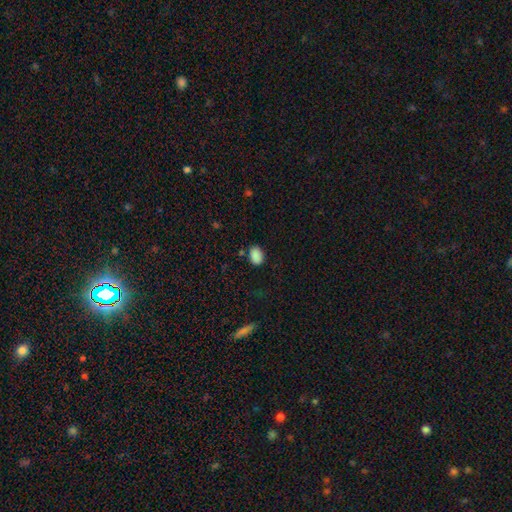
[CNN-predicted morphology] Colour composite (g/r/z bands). It shows a smooth galaxy with no disk features (86%) that is in between round and cigar-shaped (76%). Merging: none (77%).